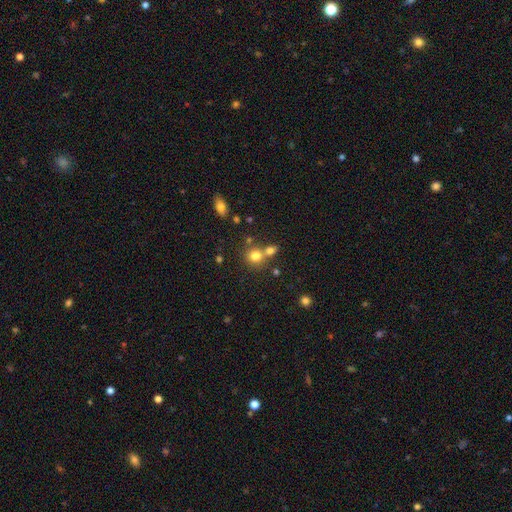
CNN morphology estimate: A smooth galaxy with no disk features (77%) that is round (83%). Merging: none (53%).